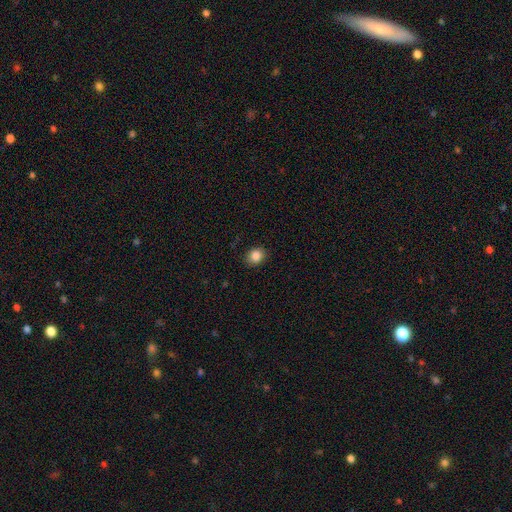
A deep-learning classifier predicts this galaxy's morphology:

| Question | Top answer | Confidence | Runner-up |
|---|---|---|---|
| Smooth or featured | smooth | 86% | star or artifact (9%) |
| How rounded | round | 63% | in between (37%) |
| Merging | none | 87% | minor disturbance (10%) |